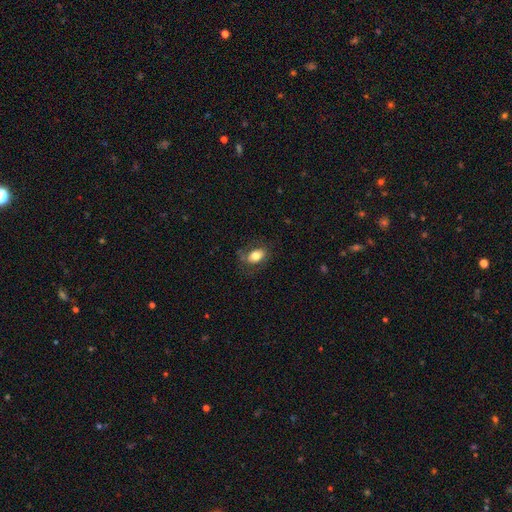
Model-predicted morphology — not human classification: Smooth or featured: smooth — 77% (featured or disk — 15%)
How rounded: in between — 84% (round — 14%)
Merging: none — 70% (minor disturbance — 19%)